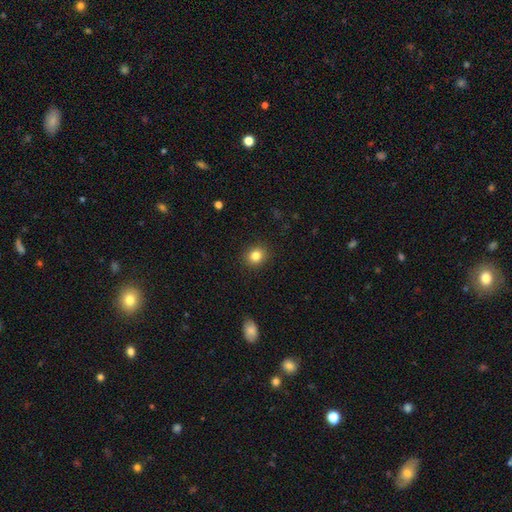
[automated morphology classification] Smooth or featured: smooth — 83% (star or artifact — 11%)
How rounded: round — 69% (in between — 30%)
Merging: none — 90% (minor disturbance — 7%)